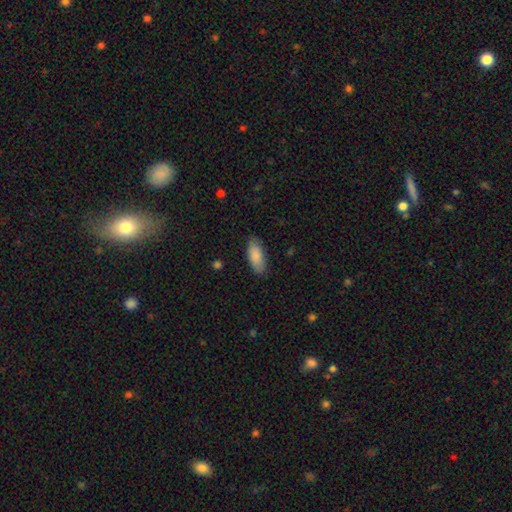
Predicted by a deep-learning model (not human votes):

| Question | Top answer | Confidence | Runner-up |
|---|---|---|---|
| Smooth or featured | smooth | 87% | featured or disk (7%) |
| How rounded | in between | 82% | cigar-shaped (16%) |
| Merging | none | 83% | minor disturbance (13%) |